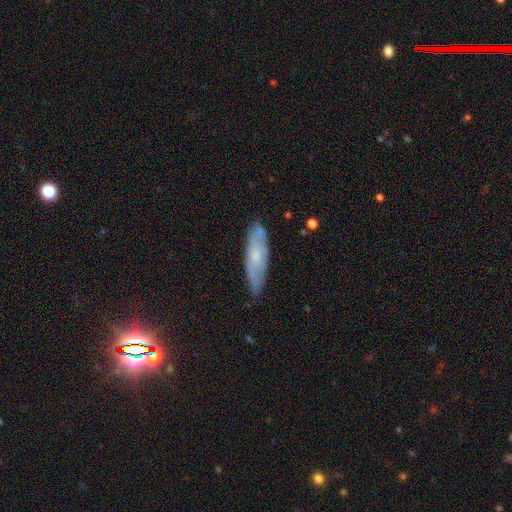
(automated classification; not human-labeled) Overall: smooth (47%; featured or disk 45%). Merging: none (77%).